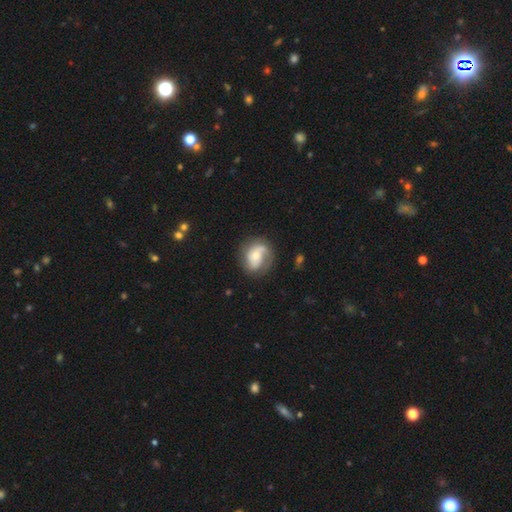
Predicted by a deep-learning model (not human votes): smooth-or-featured: featured or disk: 66% | smooth: 27% | star or artifact: 7%
  disk-edge-on: no: 97% | yes: 3%
    bar: no: 61% | weak: 30% | strong: 9%
    has-spiral-arms: yes: 89% | no: 11%
      spiral-winding: medium: 41% | tight: 31% | loose: 28%
      spiral-arm-count: 2: 52% | 1: 31% | can't tell: 11% | 3: 4% | 4: 1% | more than 4: 1%
    bulge-size: moderate: 47% | small: 43% | large: 6% | none: 3% | dominant: 1%
  merging: none: 66% | minor disturbance: 20% | major disturbance: 11% | merger: 2%